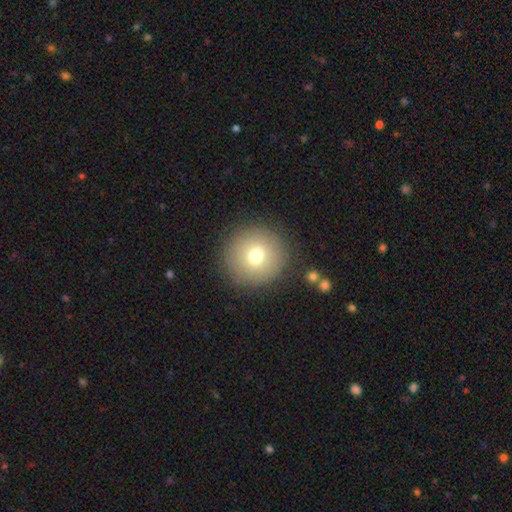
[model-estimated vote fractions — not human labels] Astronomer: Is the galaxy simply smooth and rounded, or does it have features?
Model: smooth — 72%.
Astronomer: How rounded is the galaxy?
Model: round — 95%.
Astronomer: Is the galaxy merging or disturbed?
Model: none — 88%.